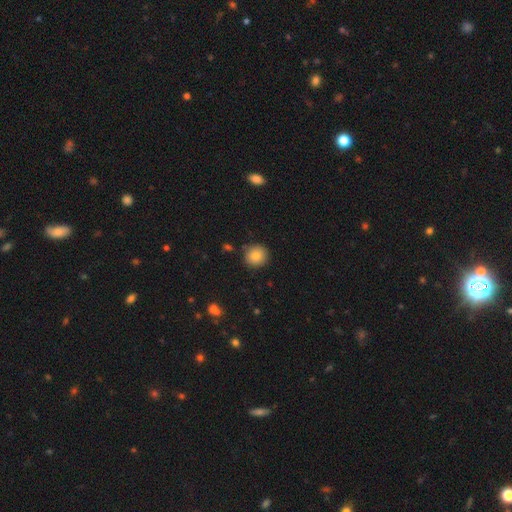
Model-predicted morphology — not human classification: Smooth or featured? Predicted: smooth (p=0.84). How rounded? Predicted: round (p=0.91). Merging? Predicted: none (p=0.88).